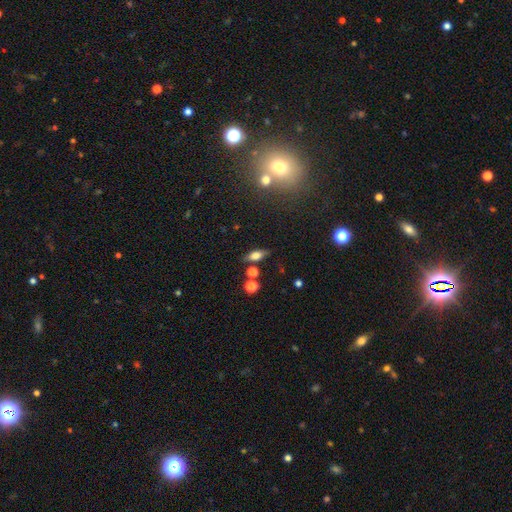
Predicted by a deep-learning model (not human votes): Q: Smooth or featured?
A: smooth (60%); runner-up: featured or disk (29%)
Q: How rounded?
A: in between (71%); runner-up: cigar-shaped (22%)
Q: Merging?
A: none (77%); runner-up: minor disturbance (13%)